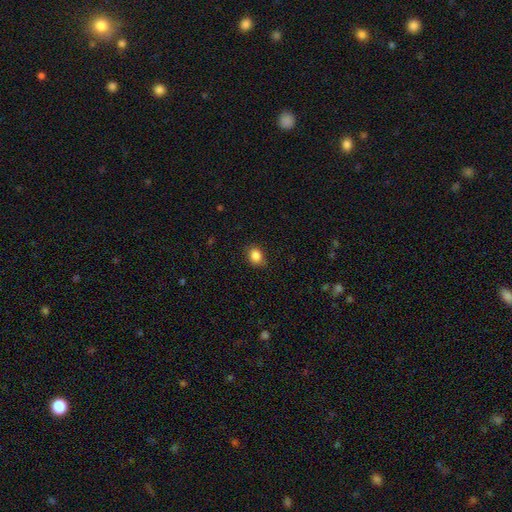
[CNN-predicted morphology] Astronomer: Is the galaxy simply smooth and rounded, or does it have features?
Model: smooth — 86%.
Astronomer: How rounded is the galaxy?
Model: round — 50% (runner-up: in between, 49%).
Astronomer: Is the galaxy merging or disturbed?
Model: none — 81%.